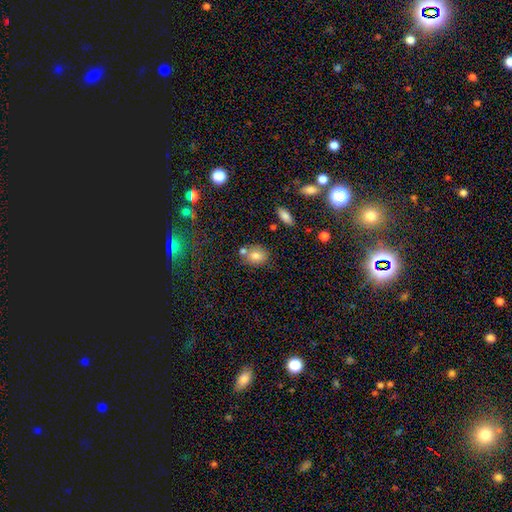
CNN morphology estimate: smooth-or-featured: smooth: 78% | featured or disk: 11% | star or artifact: 10%
  how-rounded: in between: 52% | round: 47% | cigar-shaped: 1%
  merging: none: 60% | merger: 21% | minor disturbance: 15% | major disturbance: 4%